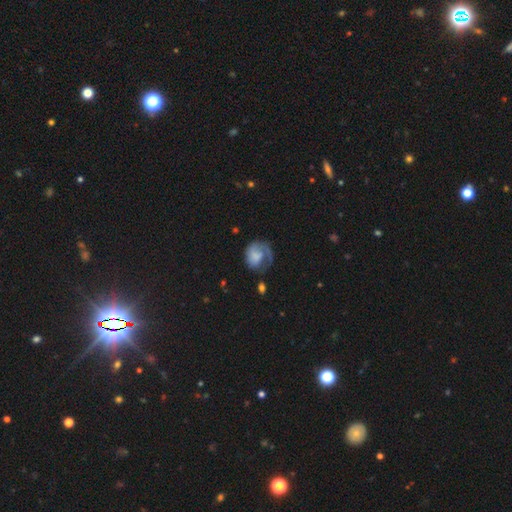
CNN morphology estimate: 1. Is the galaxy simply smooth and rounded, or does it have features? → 53% featured or disk, 39% smooth, 7% star or artifact.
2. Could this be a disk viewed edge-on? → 98% no, 2% yes.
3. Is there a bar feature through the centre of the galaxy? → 70% no, 24% weak, 5% strong.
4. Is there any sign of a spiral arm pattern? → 80% yes, 20% no.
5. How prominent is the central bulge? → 46% none, 18% large, 16% moderate, 16% small, 5% dominant.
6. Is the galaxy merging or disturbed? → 39% none, 37% major disturbance, 21% minor disturbance, 4% merger.